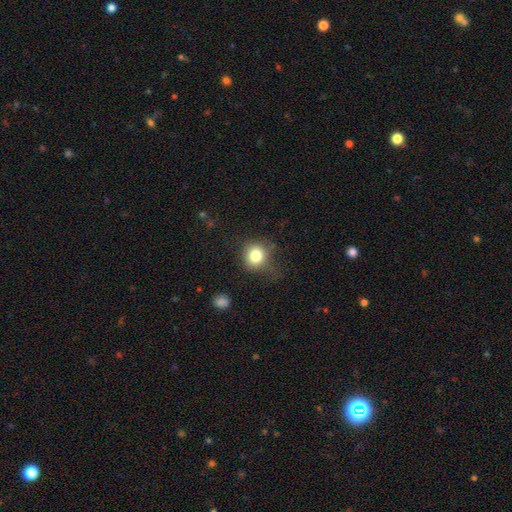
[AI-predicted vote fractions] The model was most divided on "merging": none: 65%, minor disturbance: 23%, major disturbance: 10%, merger: 2%. More confident: how rounded — round (81%); smooth or featured — smooth (79%).